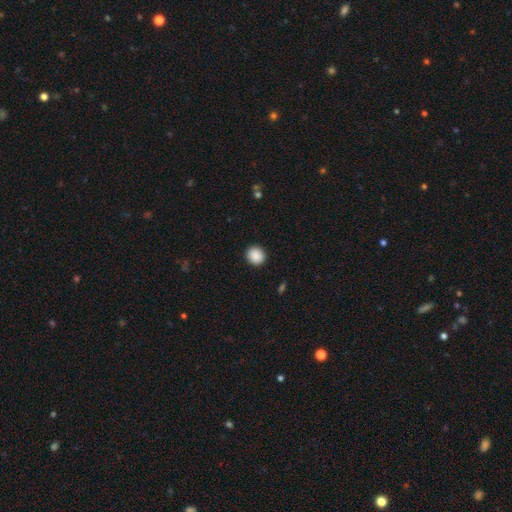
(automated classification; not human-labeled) Smooth or featured: smooth — 89% (star or artifact — 8%)
How rounded: round — 86% (in between — 13%)
Merging: none — 92% (minor disturbance — 6%)